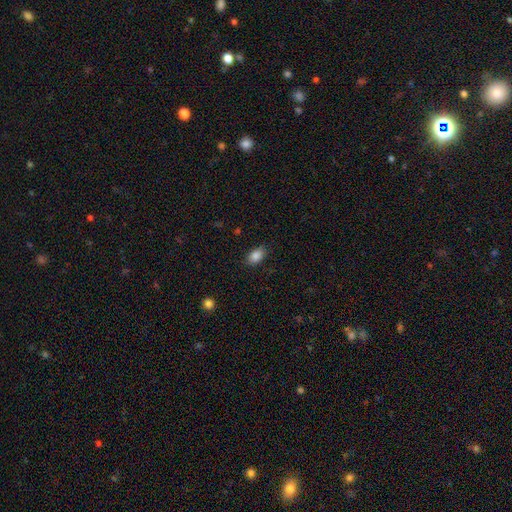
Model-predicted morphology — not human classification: The model was most divided on "merging": none: 84%, minor disturbance: 12%, major disturbance: 3%, merger: 1%. More confident: how rounded — in between (88%); smooth or featured — smooth (86%).